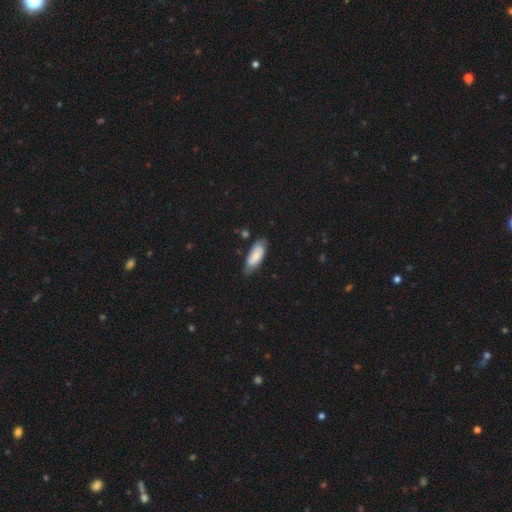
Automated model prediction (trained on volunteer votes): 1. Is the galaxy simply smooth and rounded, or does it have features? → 71% smooth, 23% featured or disk, 6% star or artifact.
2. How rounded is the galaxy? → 75% in between, 23% cigar-shaped, 2% round.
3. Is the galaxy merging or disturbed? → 66% none, 26% minor disturbance, 5% major disturbance, 3% merger.